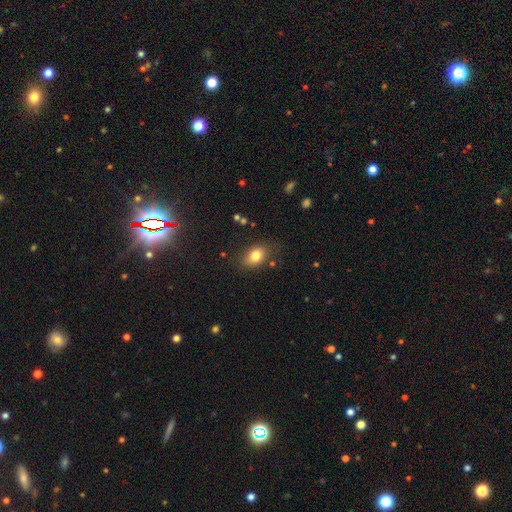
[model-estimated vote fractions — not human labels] A smooth galaxy with no disk features (80%) that is in between round and cigar-shaped (78%). Merging: none (77%).